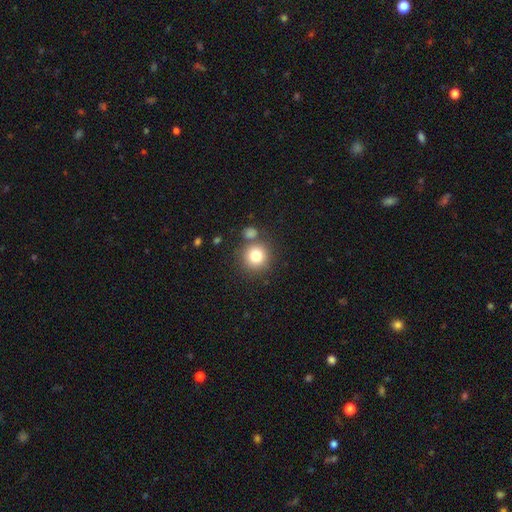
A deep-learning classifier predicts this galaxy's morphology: smooth-or-featured: smooth: 80% | star or artifact: 11% | featured or disk: 9%
  how-rounded: round: 92% | in between: 7% | cigar-shaped: 1%
  merging: none: 74% | merger: 14% | minor disturbance: 9% | major disturbance: 3%